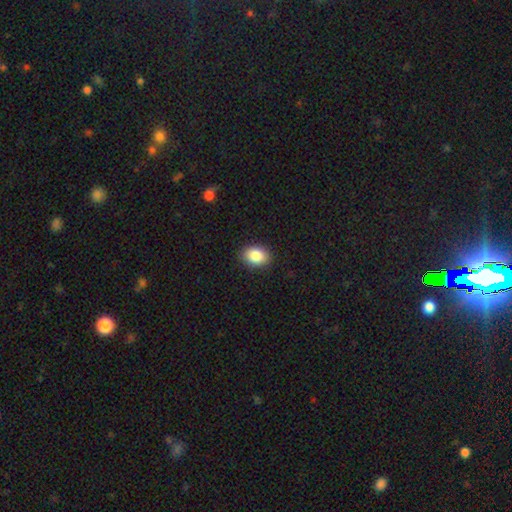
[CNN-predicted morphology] A smooth galaxy with no disk features (86%) that is in between round and cigar-shaped (74%). Merging: none (89%).